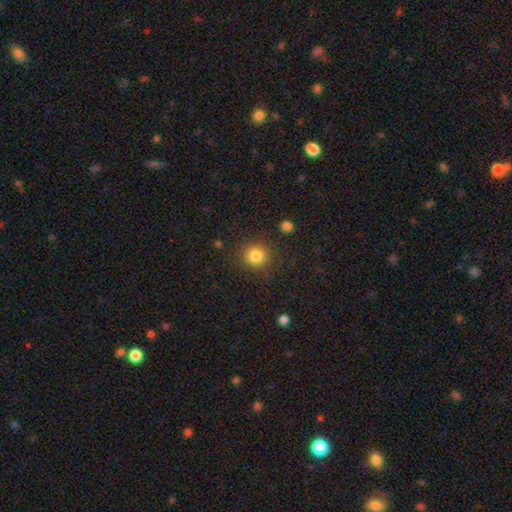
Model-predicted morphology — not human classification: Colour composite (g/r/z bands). It shows a smooth galaxy with no disk features (84%) that is round (91%). Merging: none (88%).